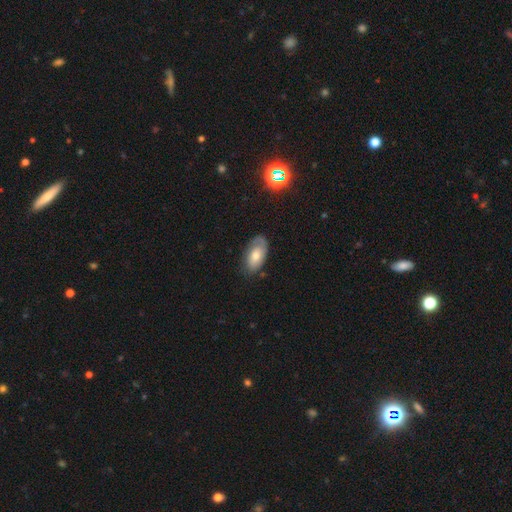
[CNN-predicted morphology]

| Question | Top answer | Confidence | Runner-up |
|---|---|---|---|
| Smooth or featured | smooth | 56% | featured or disk (37%) |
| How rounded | in between | 93% | round (4%) |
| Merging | none | 66% | minor disturbance (24%) |